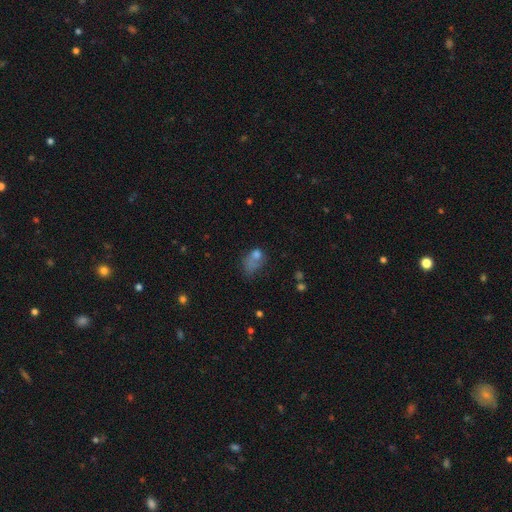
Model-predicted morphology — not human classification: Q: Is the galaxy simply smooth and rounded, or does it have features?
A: smooth — 62%.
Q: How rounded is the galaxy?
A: in between — 67%.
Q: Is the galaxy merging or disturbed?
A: major disturbance — 36%.